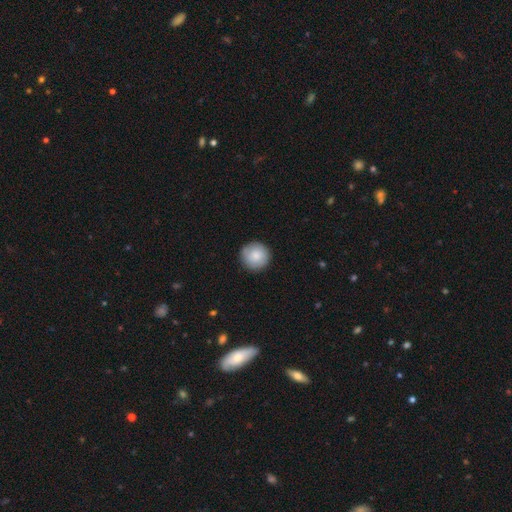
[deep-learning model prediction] Overall: smooth (85%). How rounded: round (95%). Merging: none (90%).